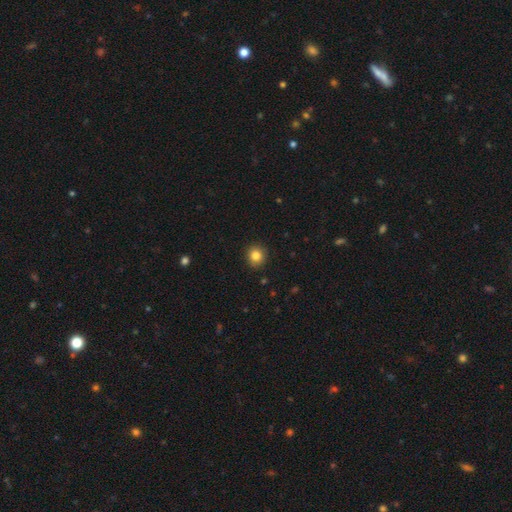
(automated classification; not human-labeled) A smooth galaxy with no disk features (84%) that is round (89%).

Vote fractions:
- Smooth or featured? smooth: 84% / star or artifact: 11% / featured or disk: 6%
- How rounded? round: 89% / in between: 10% / cigar-shaped: 1%
- Merging? none: 90% / minor disturbance: 7% / major disturbance: 2% / merger: 1%